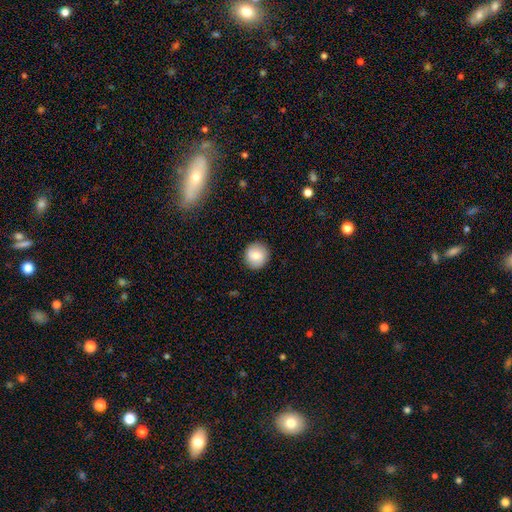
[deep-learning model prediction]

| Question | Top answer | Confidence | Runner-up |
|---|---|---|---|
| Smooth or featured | smooth | 80% | featured or disk (12%) |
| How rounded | round | 92% | in between (7%) |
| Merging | none | 90% | minor disturbance (7%) |